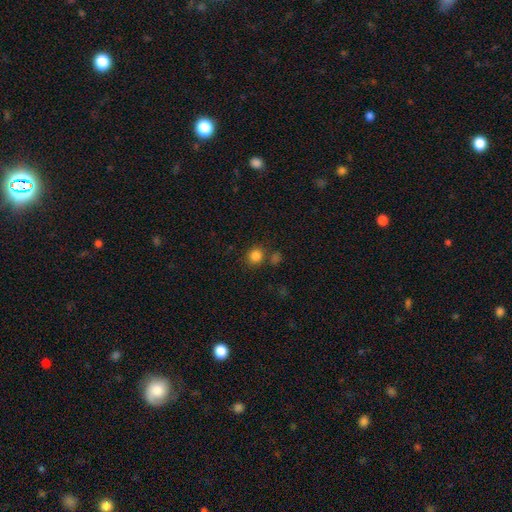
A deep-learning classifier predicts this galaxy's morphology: A smooth galaxy with no disk features (83%) that is round (86%). Merging: none (76%).